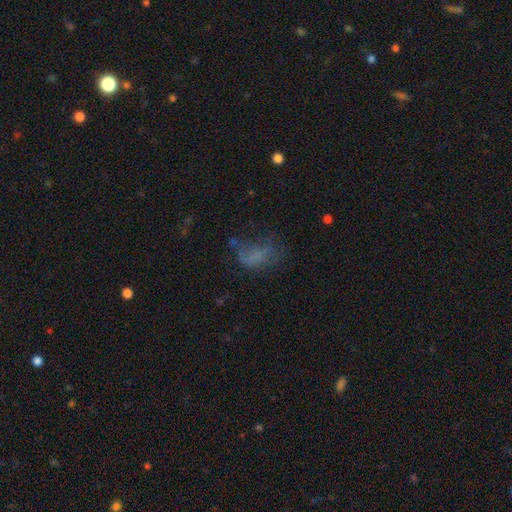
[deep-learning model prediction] smooth_or_featured: smooth (p=0.50) [alt: featured or disk p=0.29]
how_rounded: in between (p=0.83) [alt: round p=0.12]
merging: major disturbance (p=0.38) [alt: none p=0.35]